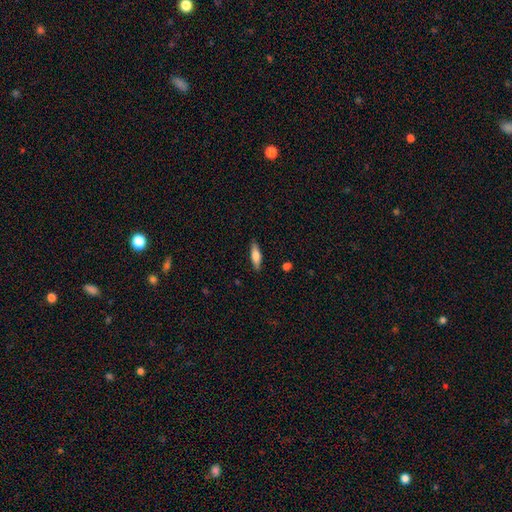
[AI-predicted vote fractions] Overall: smooth (67%). How rounded: cigar-shaped (54%; in between 44%). Merging: none (87%).